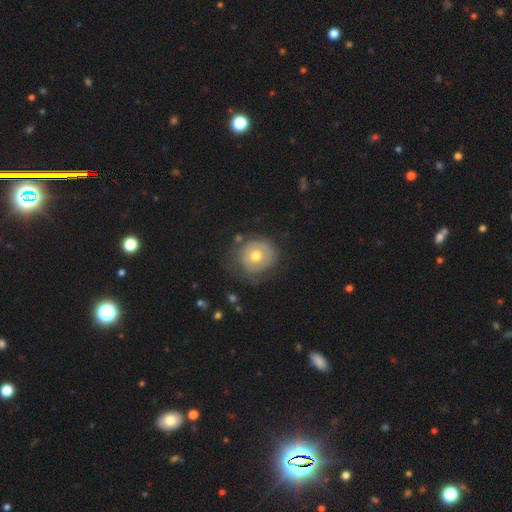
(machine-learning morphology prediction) Smooth or featured? smooth (48%)
Merging? none (63%)